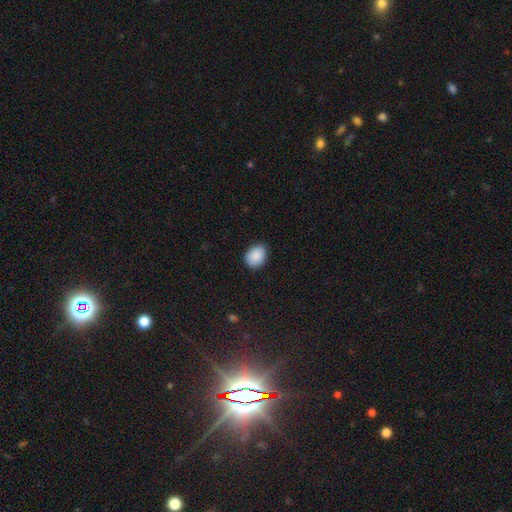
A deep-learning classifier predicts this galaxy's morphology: Smooth or featured: smooth — 89% (star or artifact — 7%)
How rounded: in between — 61% (round — 38%)
Merging: none — 77% (minor disturbance — 19%)